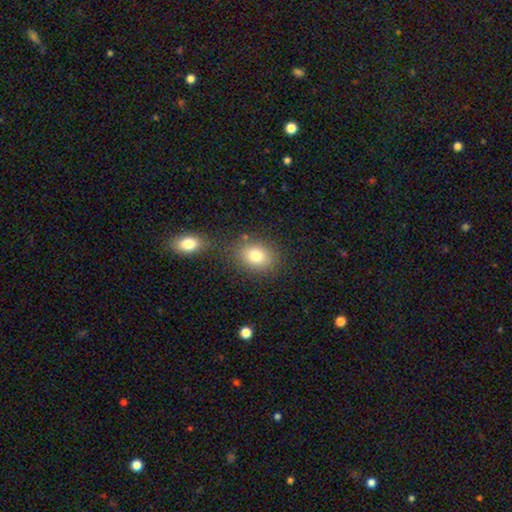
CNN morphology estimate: Smooth or featured? Predicted: smooth (p=0.79). How rounded? Predicted: in between (p=0.55). Merging? Predicted: none (p=0.76).